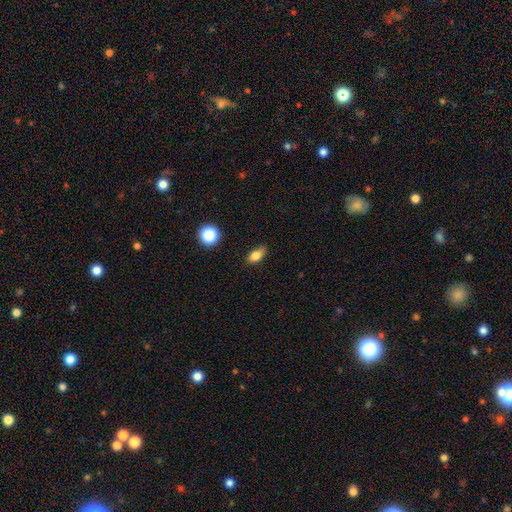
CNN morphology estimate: Overall: smooth (82%). How rounded: in between (84%). Merging: none (81%).